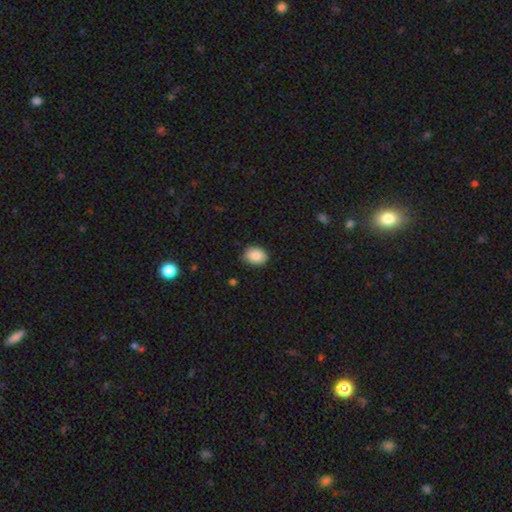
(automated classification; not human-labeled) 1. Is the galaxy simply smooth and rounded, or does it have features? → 88% smooth, 8% star or artifact, 5% featured or disk.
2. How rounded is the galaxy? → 69% in between, 30% round, 1% cigar-shaped.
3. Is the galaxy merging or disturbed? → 83% none, 14% minor disturbance, 2% major disturbance, 1% merger.